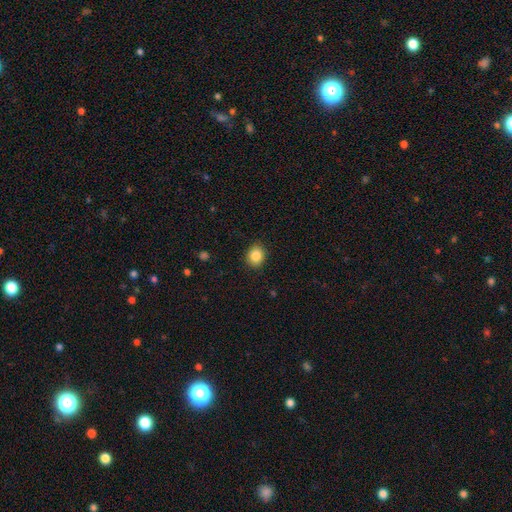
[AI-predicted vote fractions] smooth-or-featured: smooth: 85% | star or artifact: 9% | featured or disk: 5%
  how-rounded: round: 59% | in between: 40% | cigar-shaped: 1%
  merging: none: 89% | minor disturbance: 8% | major disturbance: 2% | merger: 1%